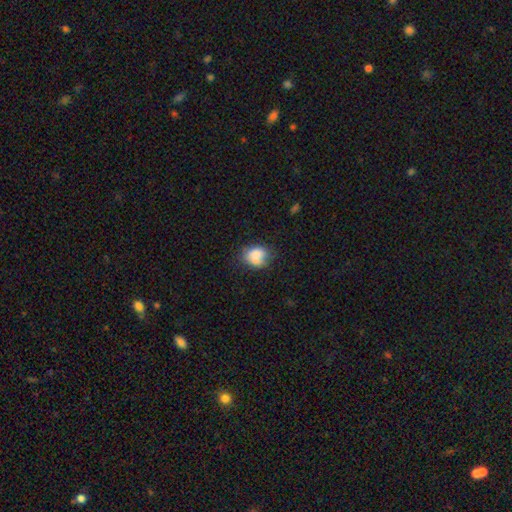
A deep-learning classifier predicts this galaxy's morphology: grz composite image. It shows a smooth galaxy with no disk features (75%) that is in between round and cigar-shaped (52%). Merging: none (43%).